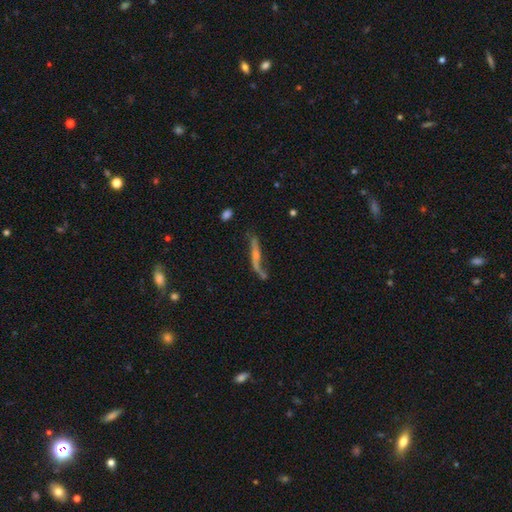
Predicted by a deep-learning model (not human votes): featured or disk 65%, smooth 25%, star or artifact 10%. Down the decision tree: edge-on disk — yes (64%); merging — none (44%).